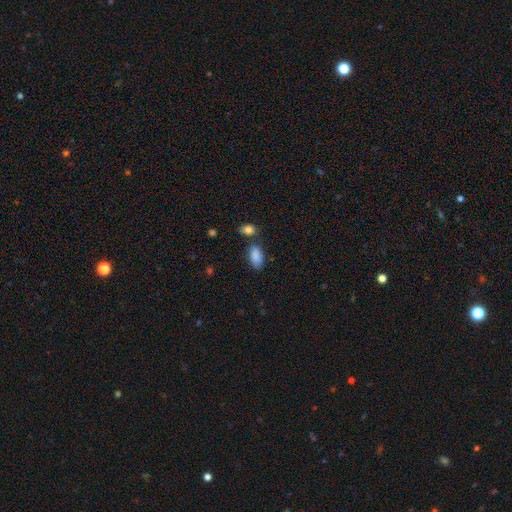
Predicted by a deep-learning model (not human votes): The model was most divided on "merging": none: 64%, minor disturbance: 18%, merger: 13%, major disturbance: 5%. More confident: how rounded — in between (93%); smooth or featured — smooth (88%).